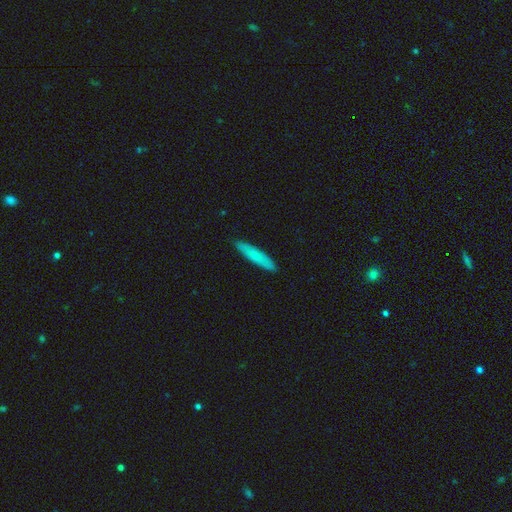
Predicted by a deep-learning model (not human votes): The model was most divided on "smooth or featured": smooth: 73%, featured or disk: 21%, star or artifact: 6%. More confident: merging — none (90%); how rounded — cigar-shaped (86%).